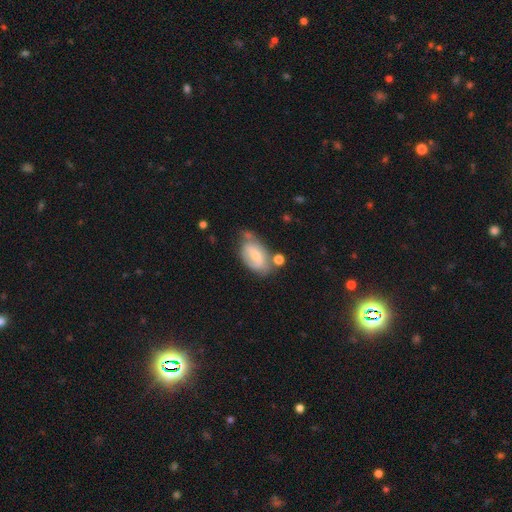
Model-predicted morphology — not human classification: type=featured or disk (48%); merging=none (41%).